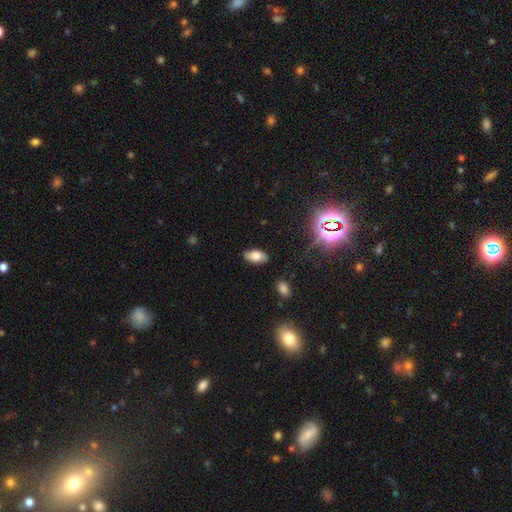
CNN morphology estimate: type=smooth (75%); roundness=in between (93%); merging=none (84%).